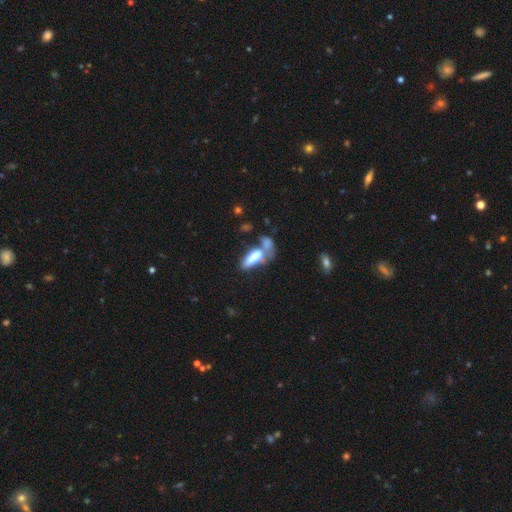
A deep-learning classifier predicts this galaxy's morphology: smooth-or-featured: smooth: 61% | featured or disk: 30% | star or artifact: 9%
  how-rounded: in between: 64% | cigar-shaped: 33% | round: 3%
  merging: merger: 50% | none: 19% | major disturbance: 18% | minor disturbance: 13%